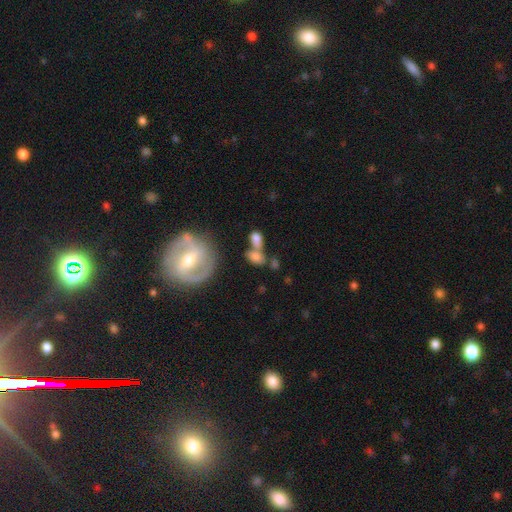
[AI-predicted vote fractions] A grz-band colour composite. It shows a smooth galaxy with no disk features (67%) that is in between round and cigar-shaped (78%). Merging: merger (43%).